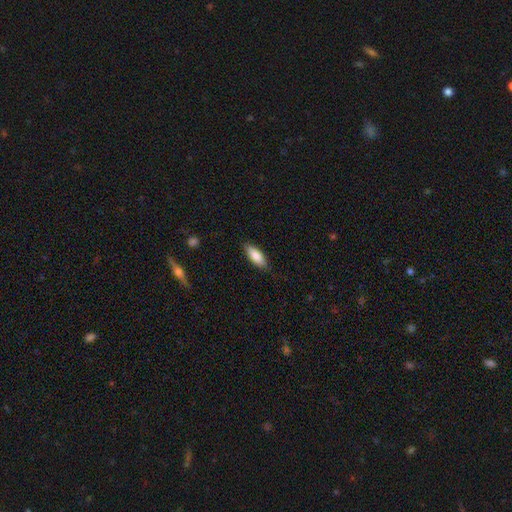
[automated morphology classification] A smooth galaxy with no disk features (83%) that is in between round and cigar-shaped (72%).

Vote fractions:
- Smooth or featured? smooth: 83% / featured or disk: 11% / star or artifact: 6%
- How rounded? in between: 72% / cigar-shaped: 26% / round: 2%
- Merging? none: 84% / minor disturbance: 12% / major disturbance: 2% / merger: 1%